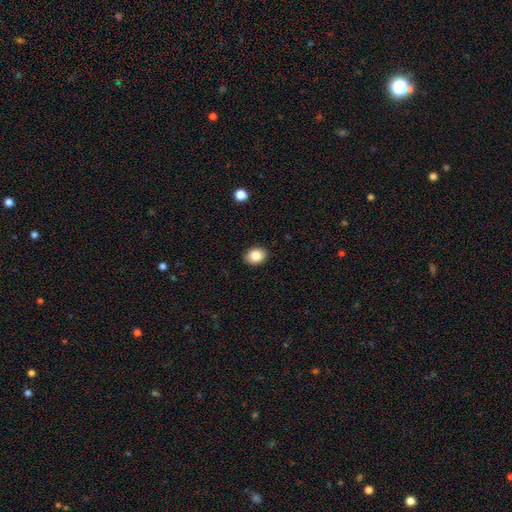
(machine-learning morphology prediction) Smooth or featured? Predicted: smooth (p=0.85). How rounded? Predicted: in between (p=0.56). Merging? Predicted: none (p=0.90).